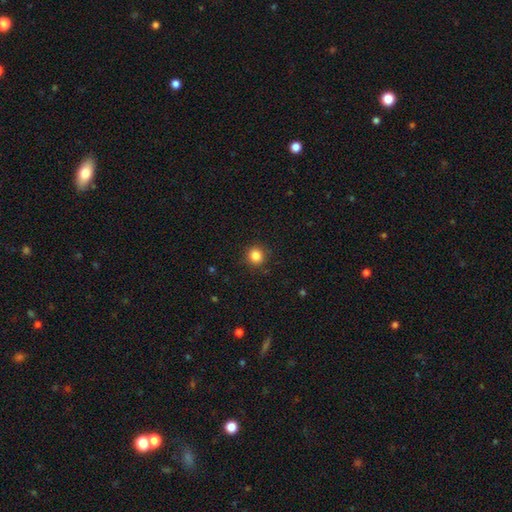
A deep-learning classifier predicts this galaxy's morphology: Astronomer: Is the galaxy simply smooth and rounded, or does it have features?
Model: smooth — 85%.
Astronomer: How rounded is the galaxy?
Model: round — 91%.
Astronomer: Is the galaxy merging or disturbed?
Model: none — 90%.